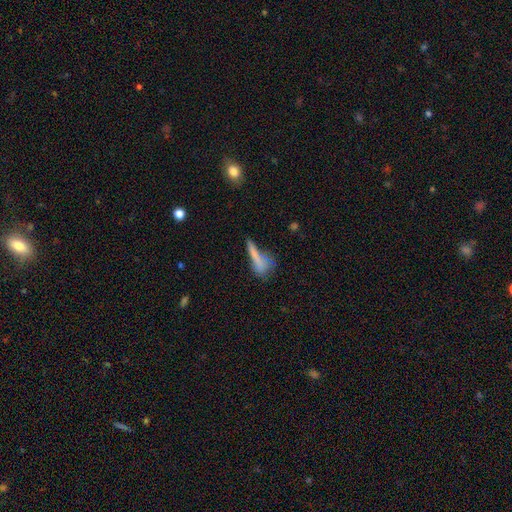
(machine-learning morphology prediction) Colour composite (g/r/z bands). It shows a smooth galaxy with no disk features (61%) that is cigar-shaped (69%). Merging: none (39%).